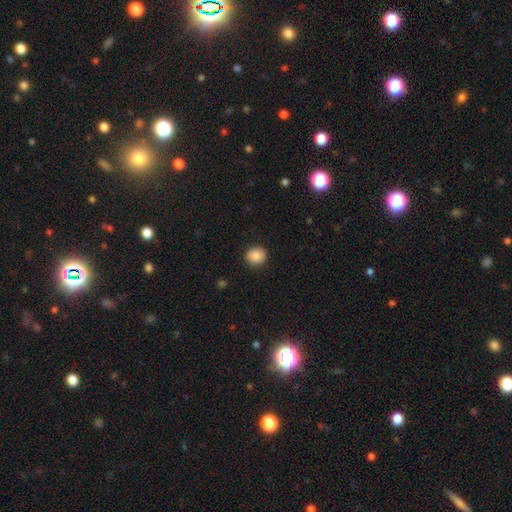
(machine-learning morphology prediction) Overall: smooth (86%). How rounded: round (84%). Merging: none (89%).